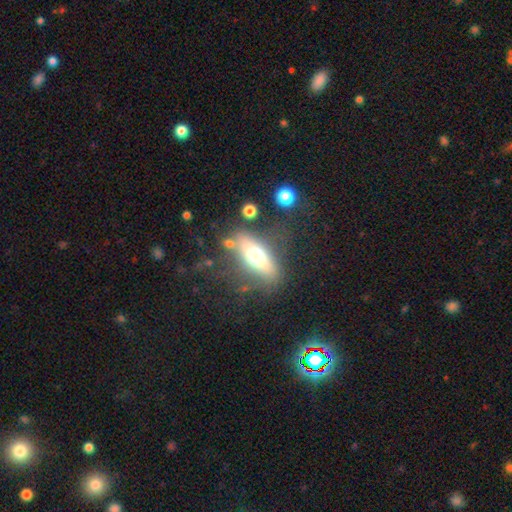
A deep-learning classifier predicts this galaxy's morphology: Smooth or featured? smooth (52%)
How rounded? in between (64%)
Merging? none (70%)